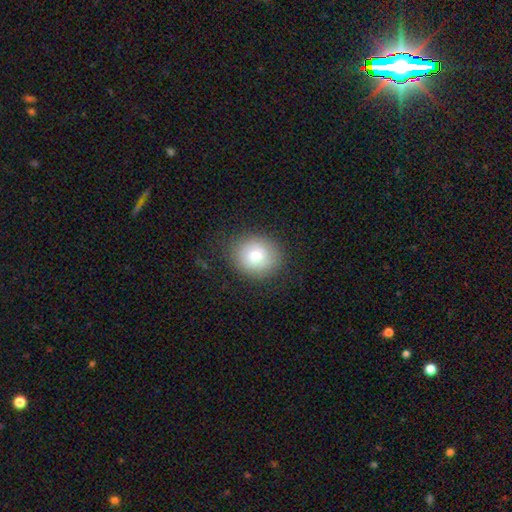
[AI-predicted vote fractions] This is likely a smooth galaxy (72%). How rounded: clearly round (81%). Merging: clearly none (84%).